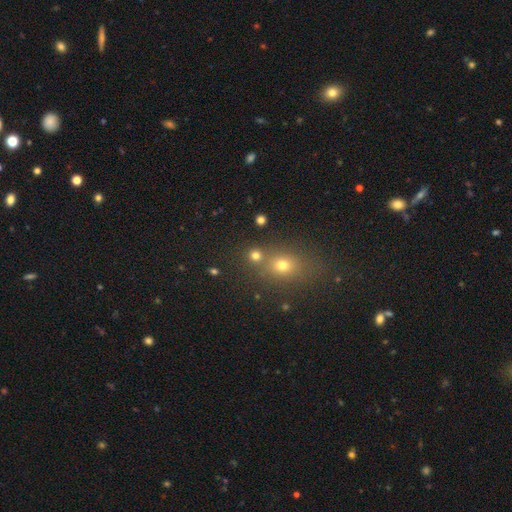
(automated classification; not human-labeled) A smooth galaxy with no disk features (73%) that is round (85%).

Vote fractions:
- Smooth or featured? smooth: 73% / star or artifact: 20% / featured or disk: 7%
- How rounded? round: 85% / in between: 13% / cigar-shaped: 1%
- Merging? none: 68% / merger: 22% / minor disturbance: 7% / major disturbance: 3%